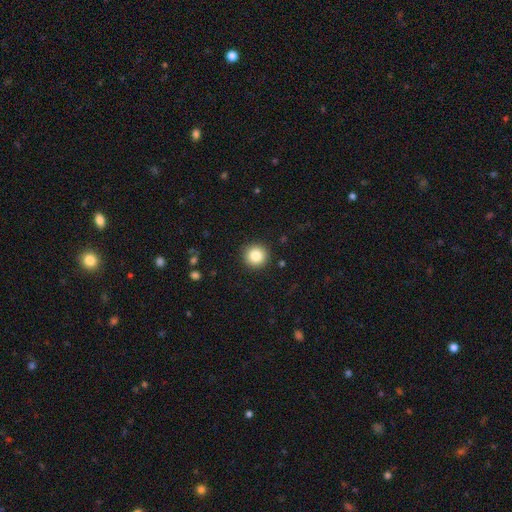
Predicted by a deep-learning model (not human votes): Smooth or featured: smooth — 85% (star or artifact — 9%)
How rounded: round — 95% (in between — 4%)
Merging: none — 92% (minor disturbance — 5%)